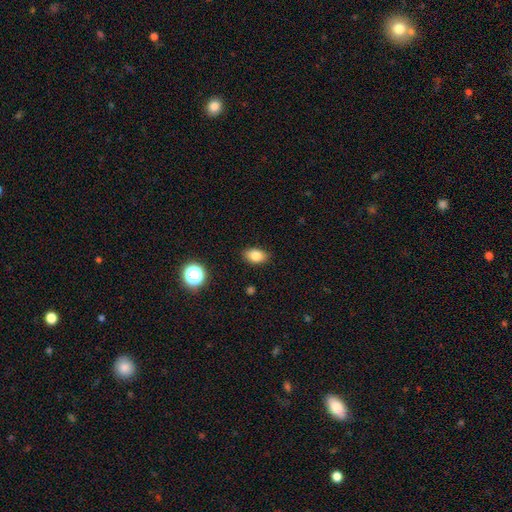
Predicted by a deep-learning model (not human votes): Smooth or featured? Predicted: smooth (p=0.82). How rounded? Predicted: in between (p=0.85). Merging? Predicted: none (p=0.86).